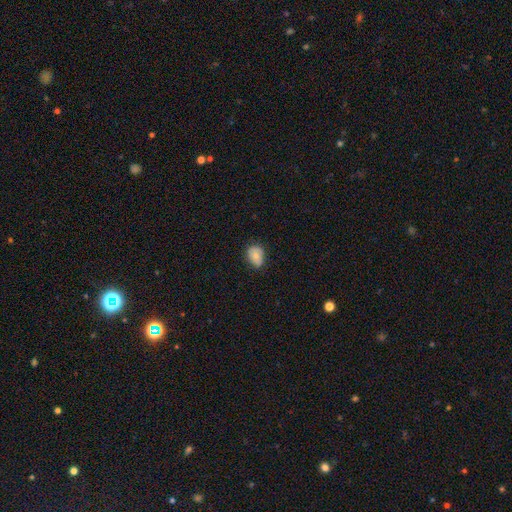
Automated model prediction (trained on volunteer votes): Smooth or featured? smooth (73%)
How rounded? in between (60%)
Merging? none (62%)